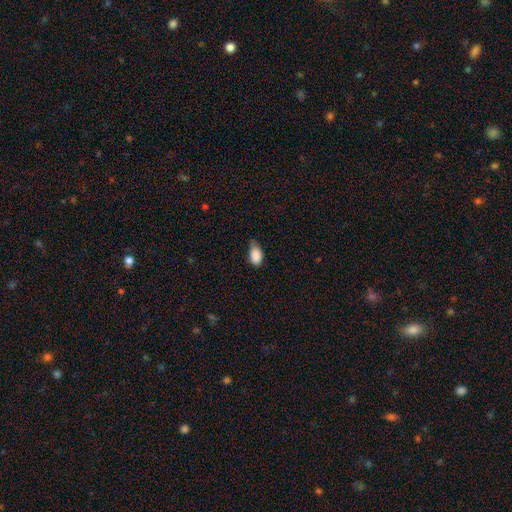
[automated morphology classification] This is clearly a smooth galaxy (87%). How rounded: clearly in between (90%). Merging: possibly minor disturbance (46%).